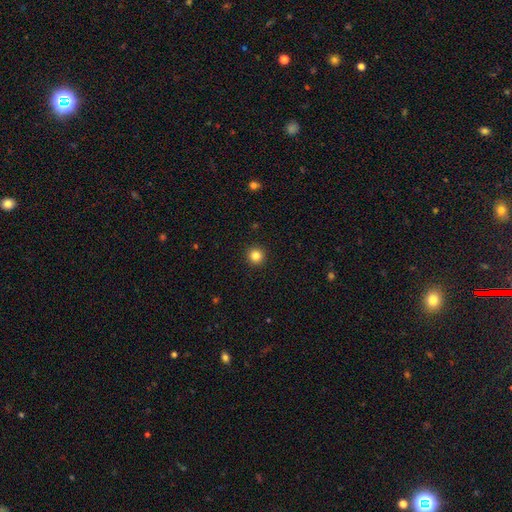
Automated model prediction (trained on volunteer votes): Smooth or featured? smooth (84%)
How rounded? round (96%)
Merging? none (94%)